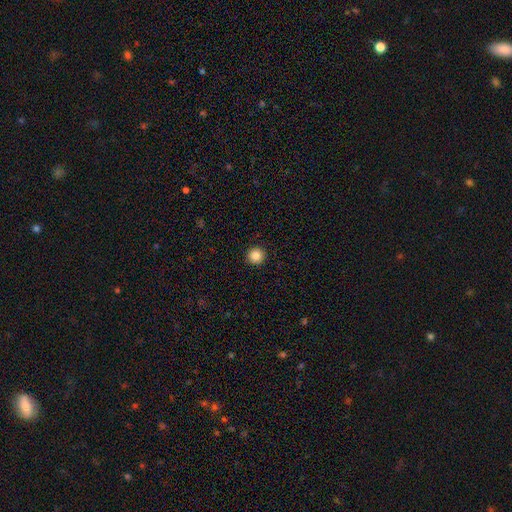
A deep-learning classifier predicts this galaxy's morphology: This appears to be a smooth galaxy with no disk features (85%) that is round (95%). Merging: none (94%).